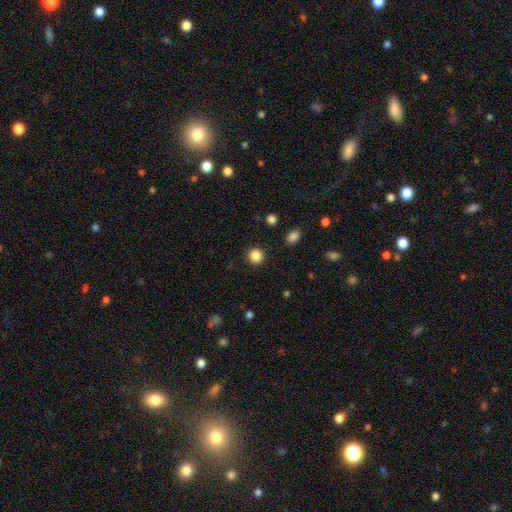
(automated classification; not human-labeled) Smooth or featured? Predicted: smooth (p=0.86). How rounded? Predicted: round (p=0.93). Merging? Predicted: none (p=0.91).